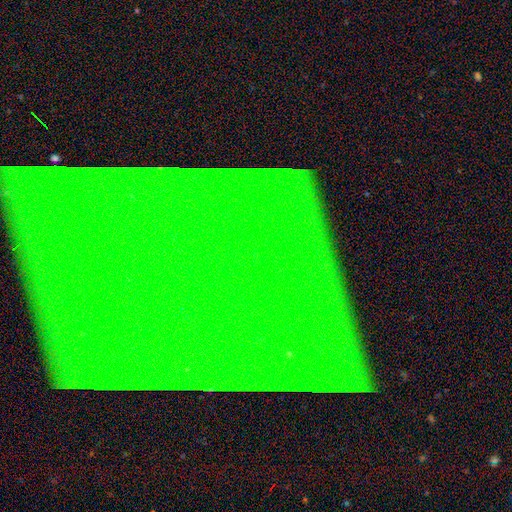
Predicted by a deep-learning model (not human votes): A star or artifact, not a galaxy (85%).

Vote fractions:
- Smooth or featured? star or artifact: 85% / featured or disk: 8% / smooth: 7%